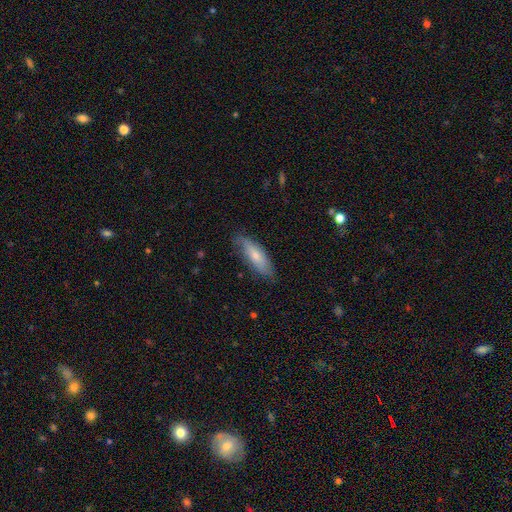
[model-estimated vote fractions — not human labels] Smooth or featured: smooth — 66% (featured or disk — 29%)
How rounded: in between — 55% (cigar-shaped — 43%)
Merging: none — 76% (minor disturbance — 19%)